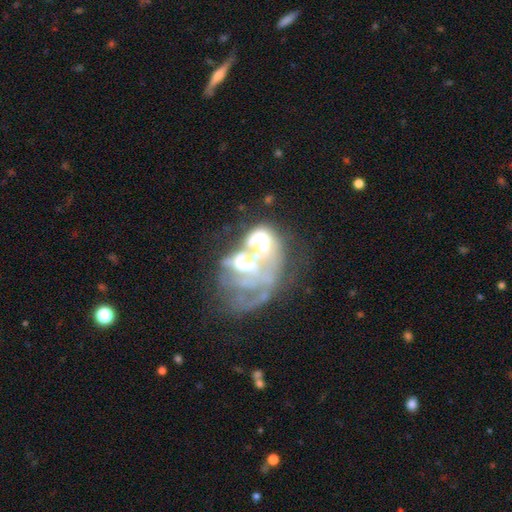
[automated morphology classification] The model was most divided on "bulge size": none: 35%, moderate: 33%, small: 19%, large: 10%, dominant: 3%. Remaining: edge-on disk — no (97%); spiral arms — no (78%); bar — no (78%); smooth or featured — featured or disk (66%); merging — merger (37%).